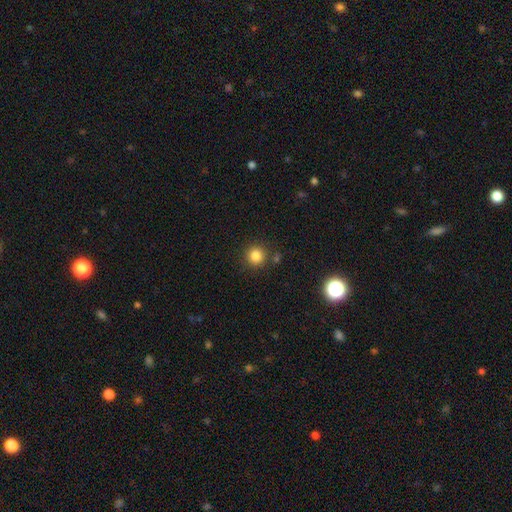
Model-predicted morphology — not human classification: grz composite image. It shows a smooth galaxy with no disk features (83%) that is round (94%). Merging: none (85%).